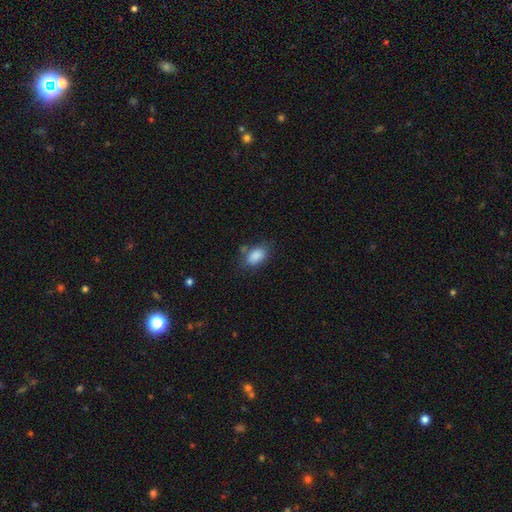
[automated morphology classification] A smooth galaxy with no disk features (86%) that is in between round and cigar-shaped (88%). Merging: none (66%).